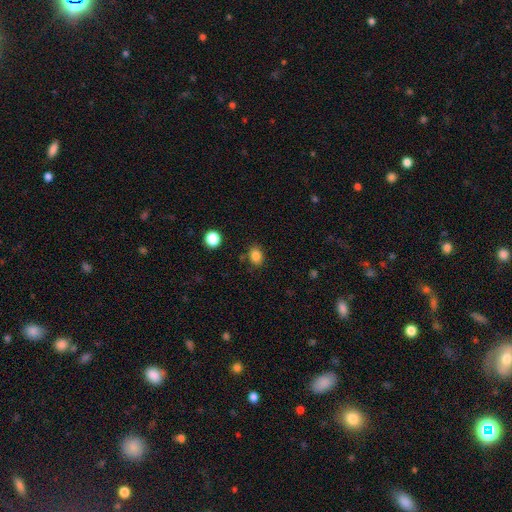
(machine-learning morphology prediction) Overall: smooth (84%). How rounded: in between (56%; round 43%). Merging: none (80%).